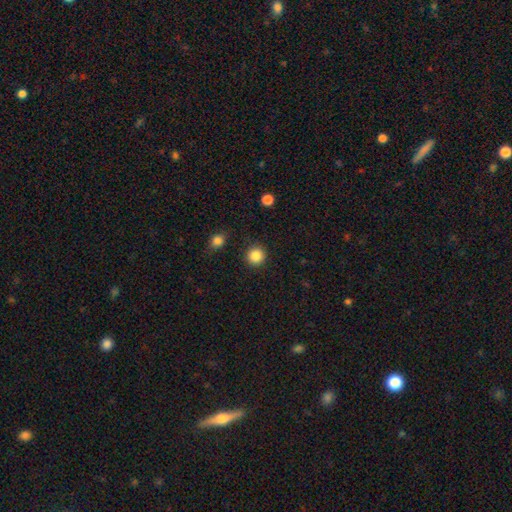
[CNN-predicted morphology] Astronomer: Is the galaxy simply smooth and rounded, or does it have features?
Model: smooth — 87%.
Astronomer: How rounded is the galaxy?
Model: round — 93%.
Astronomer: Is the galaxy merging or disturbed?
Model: none — 90%.